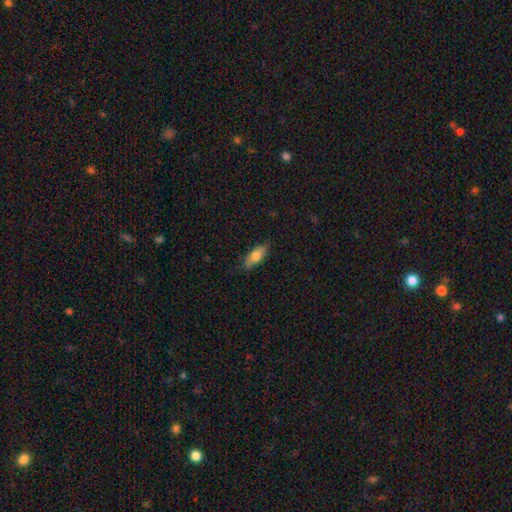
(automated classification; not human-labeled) Smooth or featured: smooth — 71% (featured or disk — 23%)
How rounded: in between — 67% (cigar-shaped — 31%)
Merging: none — 83% (minor disturbance — 14%)